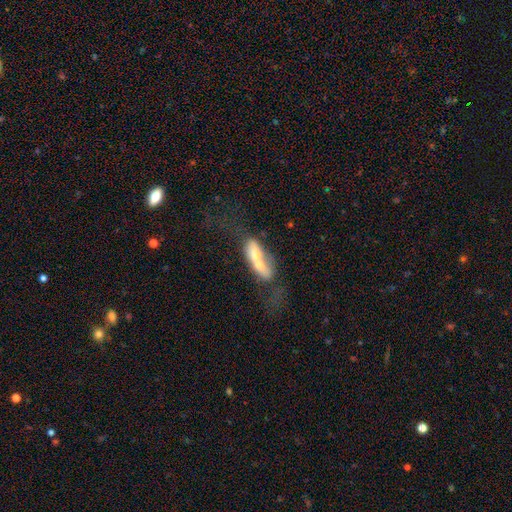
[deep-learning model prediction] A smooth galaxy with no disk features (47%). Merging: merger (57%).